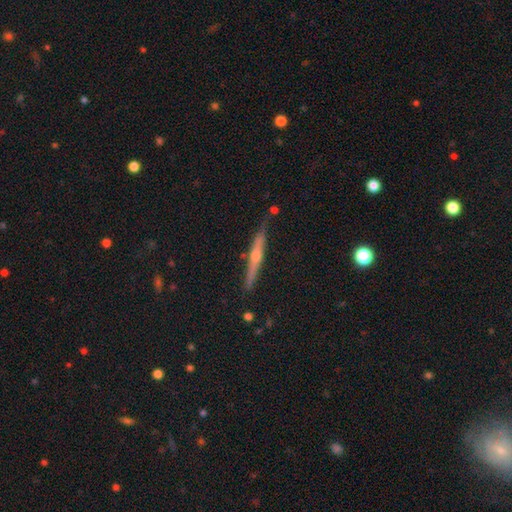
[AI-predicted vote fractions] Smooth or featured: featured or disk — 72% (smooth — 21%)
Edge-on disk: yes — 97% (no — 3%)
Edge-on bulge: rounded — 80% (none — 14%)
Merging: none — 82% (minor disturbance — 13%)